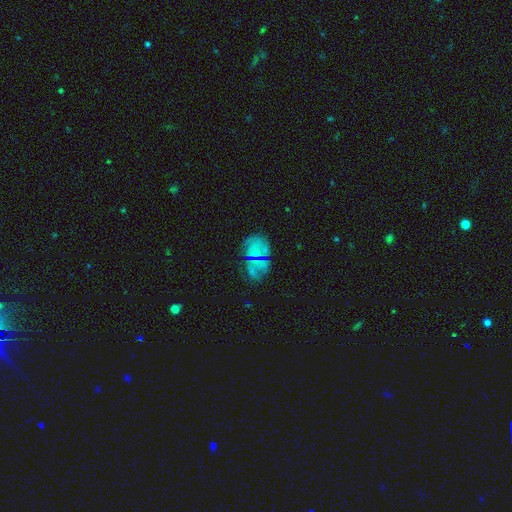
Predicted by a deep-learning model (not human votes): Q: Smooth or featured?
A: featured or disk (57%); runner-up: smooth (25%)
Q: Edge-on disk?
A: no (97%); runner-up: yes (3%)
Q: Bar?
A: no (62%); runner-up: weak (30%)
Q: Spiral arms?
A: yes (70%); runner-up: no (30%)
Q: Bulge size?
A: small (63%); runner-up: moderate (23%)
Q: Merging?
A: none (57%); runner-up: minor disturbance (19%)